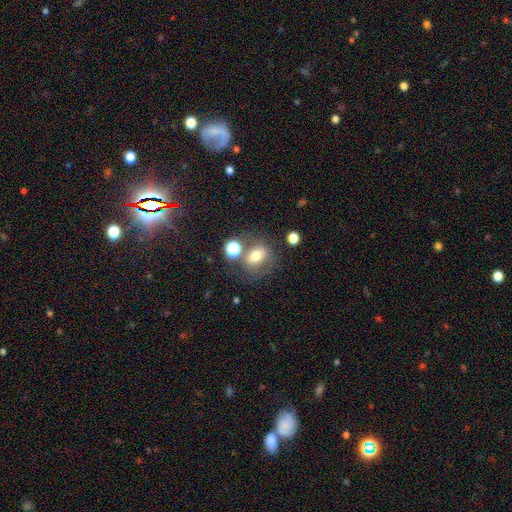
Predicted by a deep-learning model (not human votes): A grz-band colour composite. It shows a smooth galaxy with no disk features (65%) that is in between round and cigar-shaped (52%). Merging: none (54%).